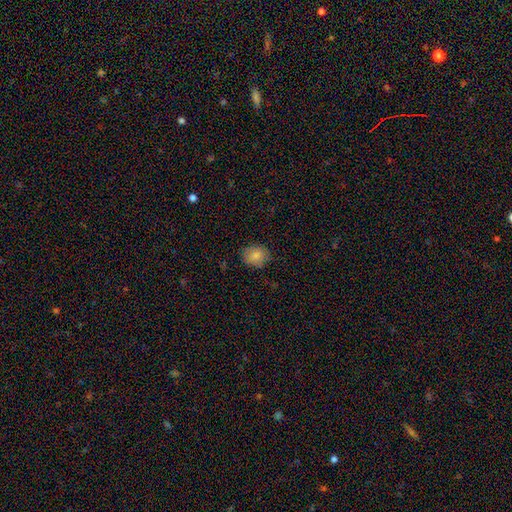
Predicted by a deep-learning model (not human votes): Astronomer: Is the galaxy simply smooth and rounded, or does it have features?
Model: smooth — 84%.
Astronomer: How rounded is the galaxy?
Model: round — 60% (runner-up: in between, 39%).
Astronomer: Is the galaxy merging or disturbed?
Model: none — 80%.